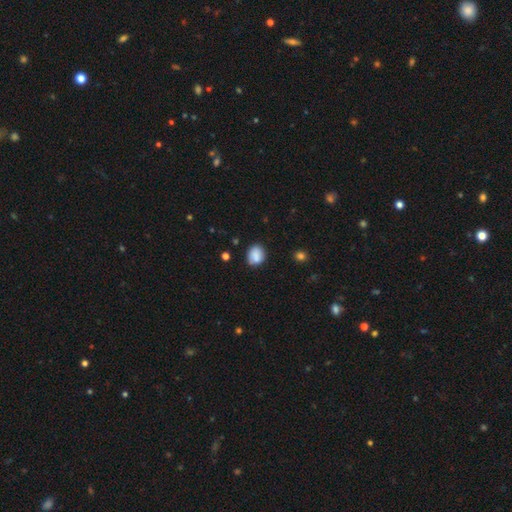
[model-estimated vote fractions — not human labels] Overall: smooth (84%). How rounded: round (51%; in between 48%). Merging: none (76%).